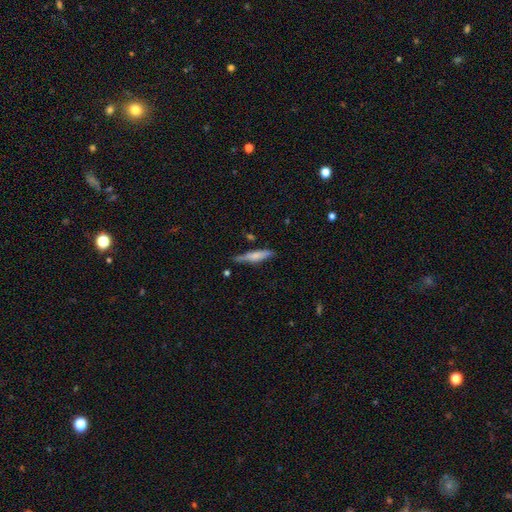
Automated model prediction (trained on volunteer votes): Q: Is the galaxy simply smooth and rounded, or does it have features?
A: smooth — 61%.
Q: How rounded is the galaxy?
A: cigar-shaped — 83%.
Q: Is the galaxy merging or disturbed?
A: none — 68%.